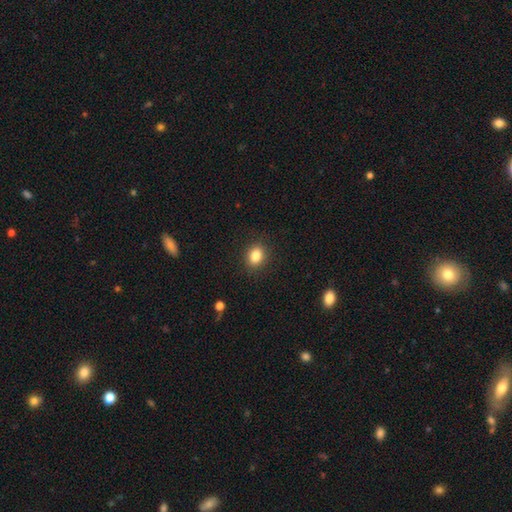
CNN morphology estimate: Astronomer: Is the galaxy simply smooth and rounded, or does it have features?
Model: smooth — 84%.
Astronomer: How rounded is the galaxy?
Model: in between — 52% (runner-up: round, 47%).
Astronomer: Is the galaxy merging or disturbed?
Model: none — 89%.